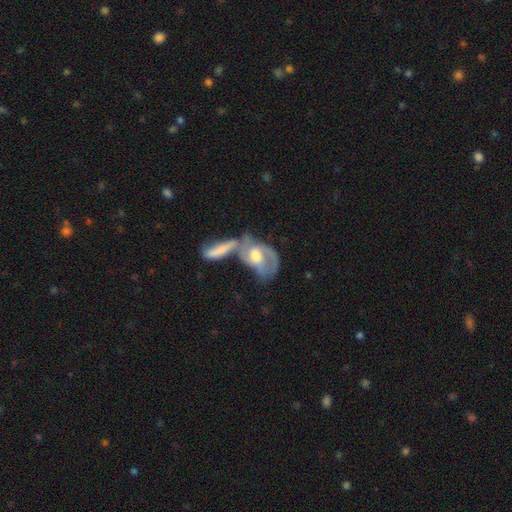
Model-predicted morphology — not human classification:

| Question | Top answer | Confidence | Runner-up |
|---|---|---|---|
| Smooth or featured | featured or disk | 72% | smooth (22%) |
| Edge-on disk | no | 92% | yes (8%) |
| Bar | no | 49% | weak (38%) |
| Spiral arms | yes | 81% | no (19%) |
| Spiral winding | medium | 44% | tight (32%) |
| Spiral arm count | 2 | 63% | can't tell (19%) |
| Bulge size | moderate | 67% | large (16%) |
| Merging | merger | 53% | none (21%) |